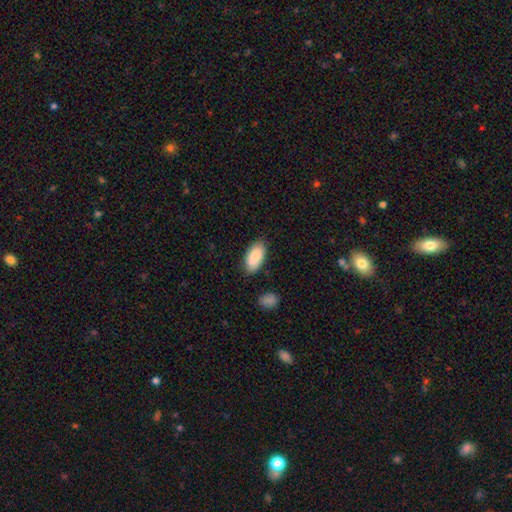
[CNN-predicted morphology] Q: Smooth or featured?
A: smooth (89%); runner-up: star or artifact (6%)
Q: How rounded?
A: in between (93%); runner-up: cigar-shaped (5%)
Q: Merging?
A: none (82%); runner-up: minor disturbance (13%)